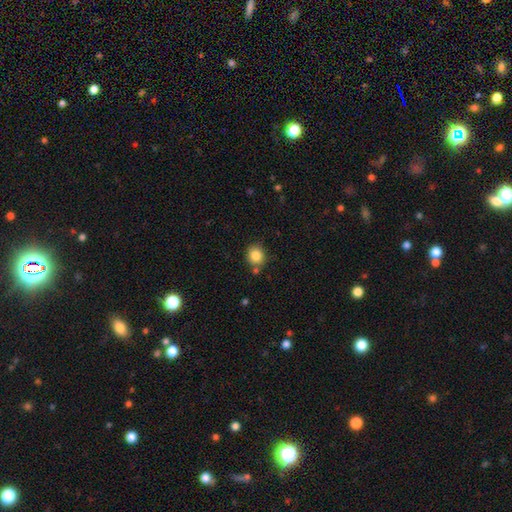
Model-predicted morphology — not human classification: Smooth or featured? smooth (84%)
How rounded? round (81%)
Merging? none (78%)